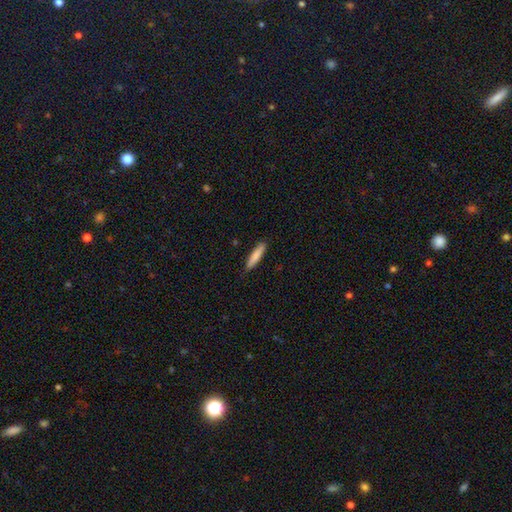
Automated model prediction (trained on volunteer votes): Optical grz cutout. It shows a smooth galaxy with no disk features (84%) that is cigar-shaped (84%). Merging: none (86%).